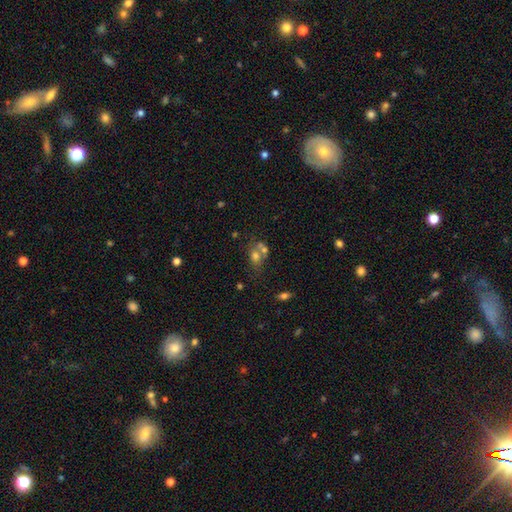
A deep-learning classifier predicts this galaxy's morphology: Overall: smooth (60%; featured or disk 23%). How rounded: in between (55%; round 43%). Merging: merger (50%; none 32%).